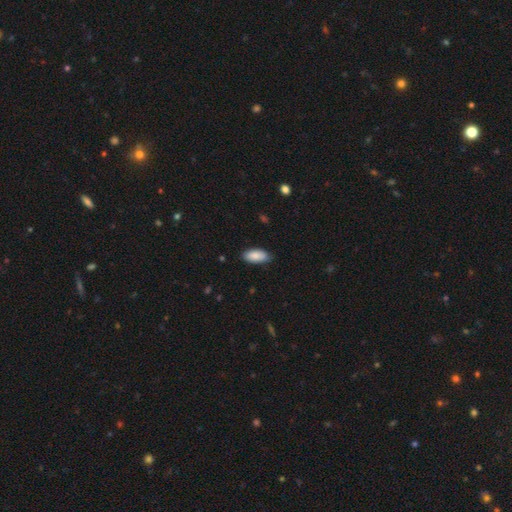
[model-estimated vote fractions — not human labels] Smooth or featured: smooth — 87% (featured or disk — 7%)
How rounded: in between — 91% (cigar-shaped — 8%)
Merging: none — 80% (minor disturbance — 17%)